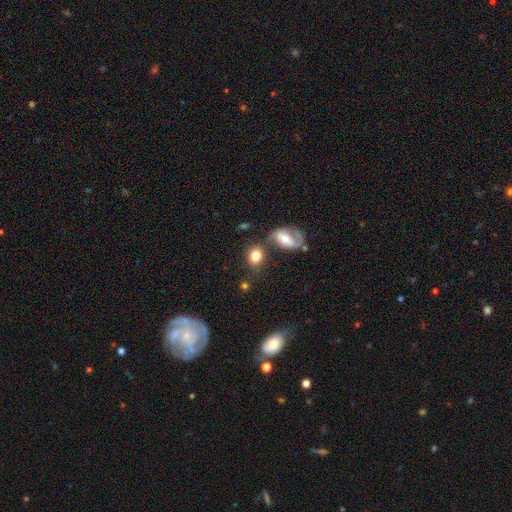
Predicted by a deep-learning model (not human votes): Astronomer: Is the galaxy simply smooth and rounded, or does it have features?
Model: smooth — 76%.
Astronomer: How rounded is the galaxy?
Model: round — 52% (runner-up: in between, 46%).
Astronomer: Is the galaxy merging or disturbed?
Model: none — 55%.